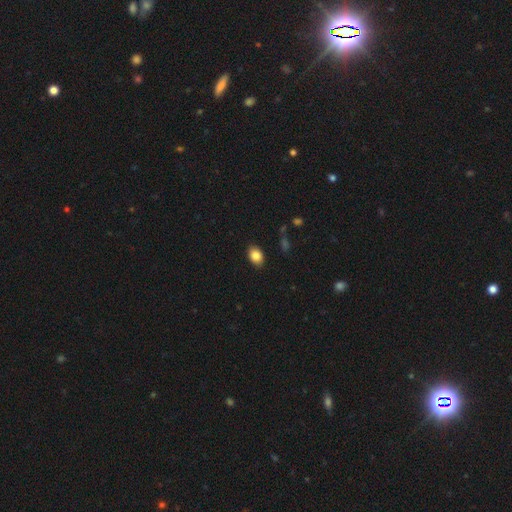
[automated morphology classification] Smooth or featured? smooth (85%)
How rounded? in between (79%)
Merging? none (87%)